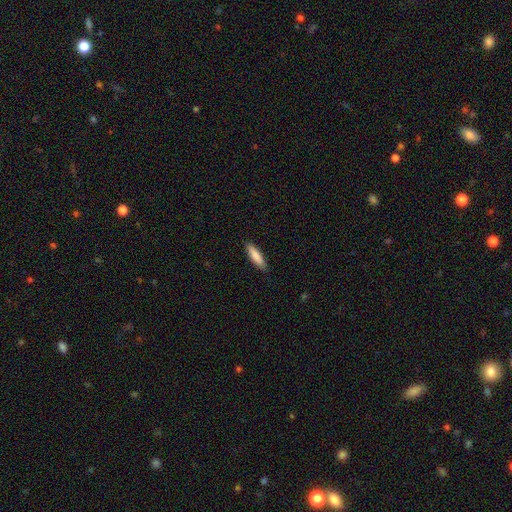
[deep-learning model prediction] A smooth galaxy with no disk features (82%) that is cigar-shaped (73%). Merging: none (89%).